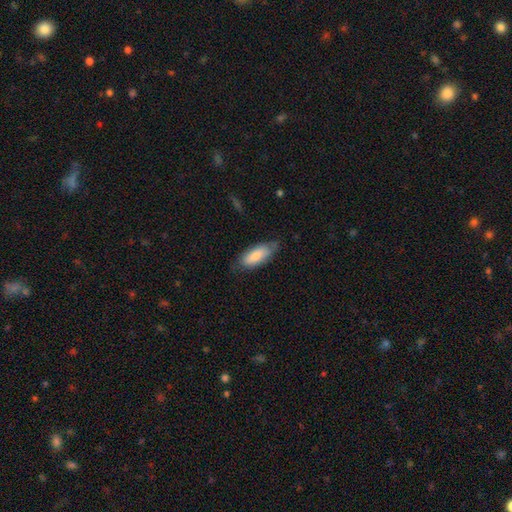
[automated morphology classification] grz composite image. It shows a smooth galaxy with no disk features (81%) that is in between round and cigar-shaped (80%). Merging: none (69%).